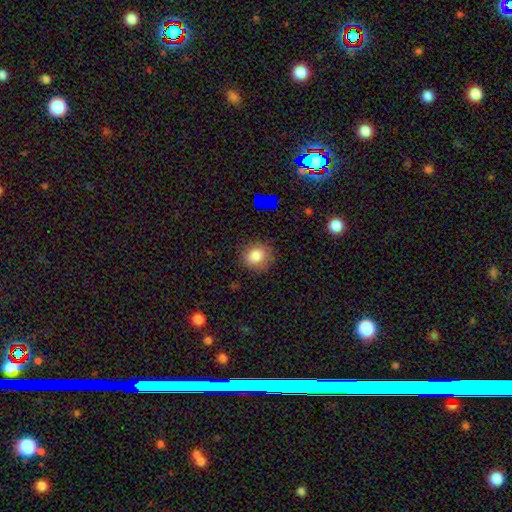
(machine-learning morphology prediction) smooth_or_featured: smooth (p=0.81) [alt: star or artifact p=0.12]
how_rounded: round (p=0.81) [alt: in between p=0.18]
merging: none (p=0.84) [alt: minor disturbance p=0.11]